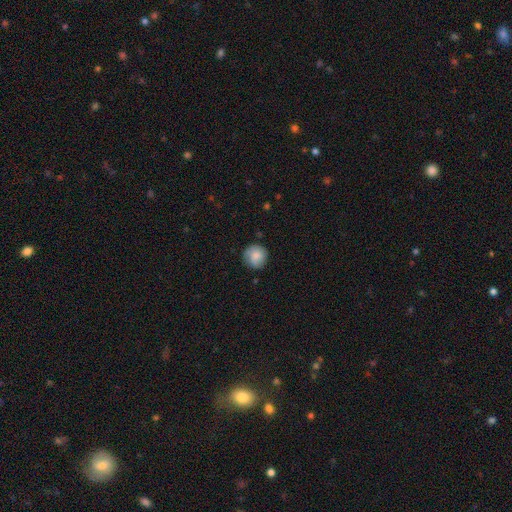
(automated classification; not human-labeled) A smooth galaxy with no disk features (80%) that is round (92%). Merging: none (80%).